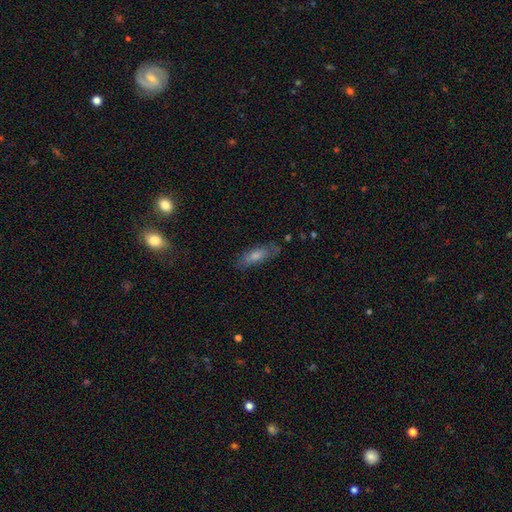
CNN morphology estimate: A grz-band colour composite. It shows a smooth galaxy with no disk features (69%) that is in between round and cigar-shaped (61%). Merging: none (73%).